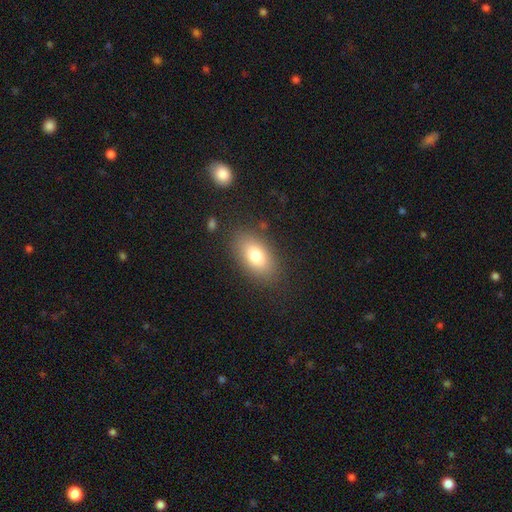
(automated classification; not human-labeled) Smooth or featured: smooth — 78% (featured or disk — 13%)
How rounded: in between — 89% (round — 7%)
Merging: none — 83% (minor disturbance — 11%)